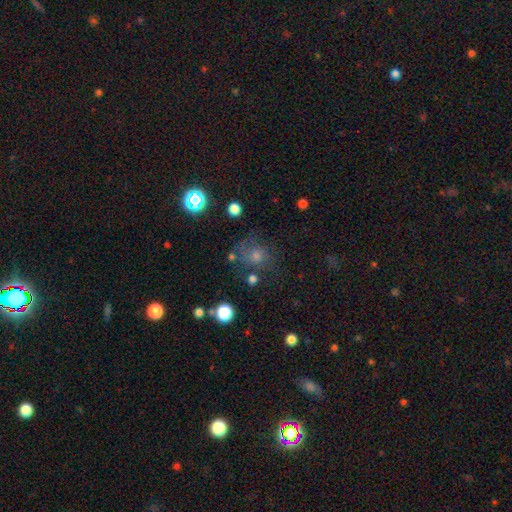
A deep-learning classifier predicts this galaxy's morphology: This appears to be a smooth galaxy with no disk features (41%). Merging: none (63%).